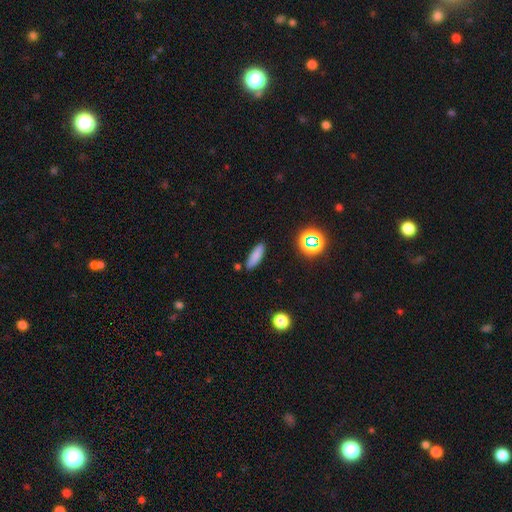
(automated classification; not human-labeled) Overall: smooth (80%). How rounded: cigar-shaped (53%; in between 44%). Merging: none (86%).